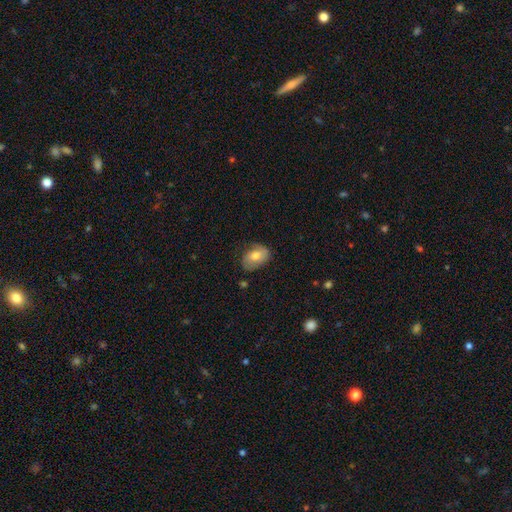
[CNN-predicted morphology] Smooth or featured?
  - smooth: 64% *
  - featured or disk: 28%
  - star or artifact: 7%
How rounded?
  - in between: 83% *
  - round: 15%
  - cigar-shaped: 1%
Merging?
  - none: 66% *
  - minor disturbance: 25%
  - major disturbance: 7%
  - merger: 2%